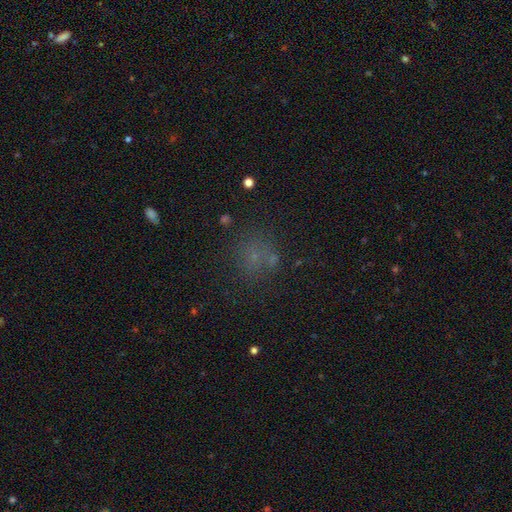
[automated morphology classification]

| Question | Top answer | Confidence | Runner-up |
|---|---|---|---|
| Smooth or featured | smooth | 54% | star or artifact (34%) |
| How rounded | round | 85% | in between (14%) |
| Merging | none | 69% | merger (12%) |